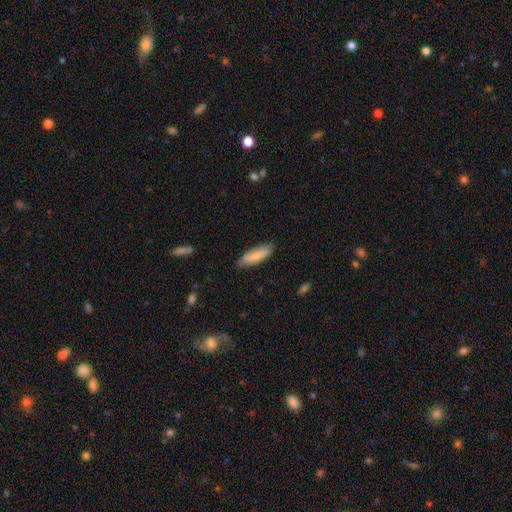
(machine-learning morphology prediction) A smooth galaxy with no disk features (78%) that is in between round and cigar-shaped (54%).

Vote fractions:
- Smooth or featured? smooth: 78% / featured or disk: 16% / star or artifact: 6%
- How rounded? in between: 54% / cigar-shaped: 45% / round: 2%
- Merging? none: 78% / minor disturbance: 18% / major disturbance: 3% / merger: 1%